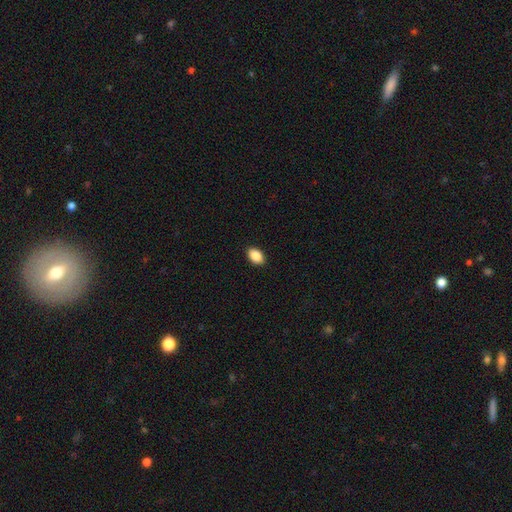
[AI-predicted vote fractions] This is clearly a smooth galaxy (89%). How rounded: clearly in between (90%). Merging: clearly none (91%).